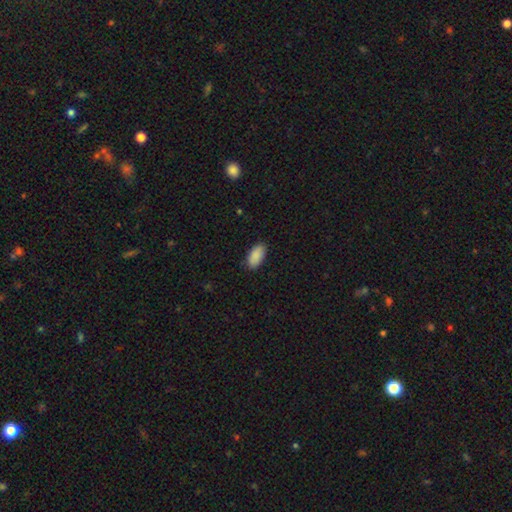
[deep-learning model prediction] Overall: smooth (90%). How rounded: in between (94%). Merging: none (86%).